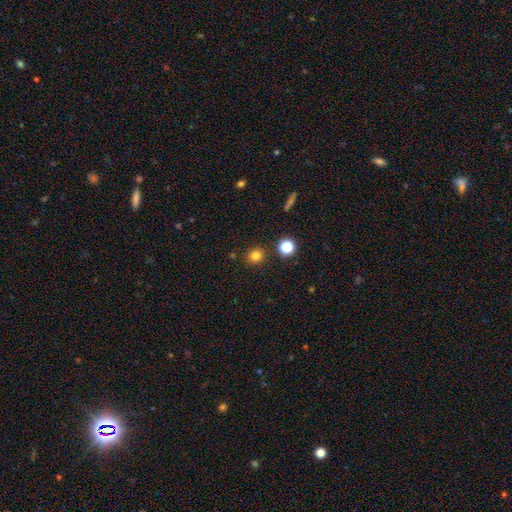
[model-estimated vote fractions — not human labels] smooth_or_featured: smooth (p=0.80) [alt: star or artifact p=0.15]
how_rounded: round (p=0.87) [alt: in between p=0.12]
merging: none (p=0.88) [alt: minor disturbance p=0.07]